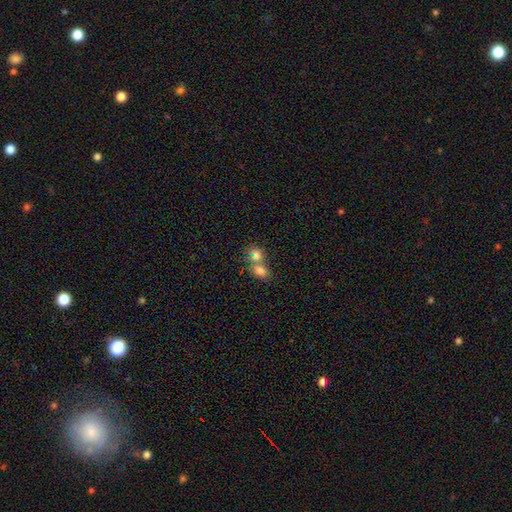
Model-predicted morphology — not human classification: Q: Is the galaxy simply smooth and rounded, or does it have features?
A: smooth — 75%.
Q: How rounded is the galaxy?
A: in between — 53%.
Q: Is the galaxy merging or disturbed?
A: merger — 63%.